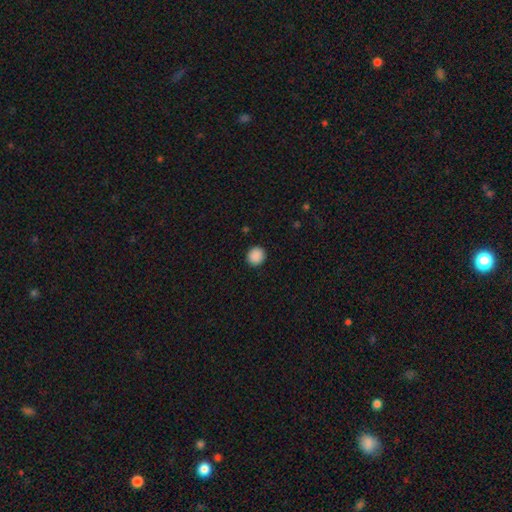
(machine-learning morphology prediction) Smooth or featured: smooth — 89% (star or artifact — 9%)
How rounded: round — 90% (in between — 9%)
Merging: none — 92% (minor disturbance — 5%)